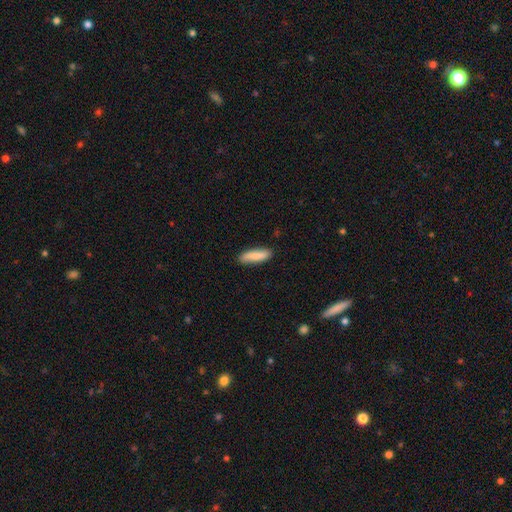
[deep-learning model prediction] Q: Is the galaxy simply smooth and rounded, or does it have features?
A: smooth — 81%.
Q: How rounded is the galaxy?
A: cigar-shaped — 62%.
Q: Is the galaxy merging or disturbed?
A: none — 84%.